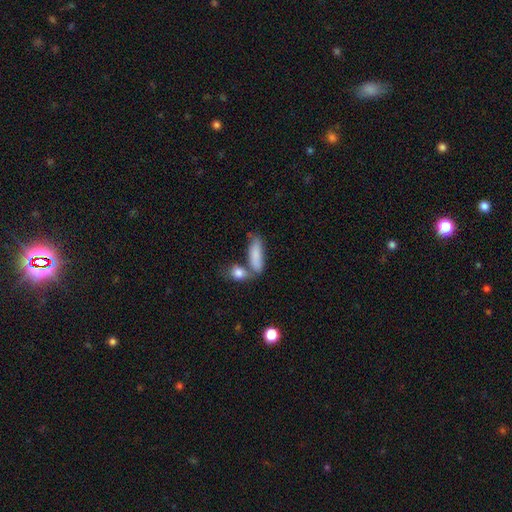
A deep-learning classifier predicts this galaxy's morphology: The model was most divided on "merging": none: 48%, merger: 31%, minor disturbance: 15%, major disturbance: 6%. More confident: smooth or featured — smooth (84%); how rounded — in between (58%).